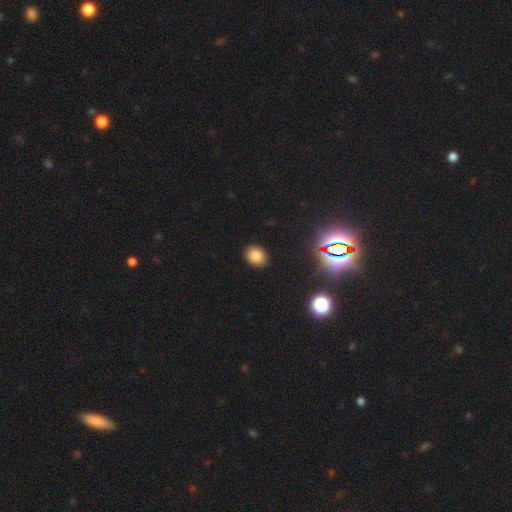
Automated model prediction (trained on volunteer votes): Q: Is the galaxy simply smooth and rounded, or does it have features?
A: smooth — 81%.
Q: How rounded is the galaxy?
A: in between — 51%.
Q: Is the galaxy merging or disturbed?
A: none — 89%.